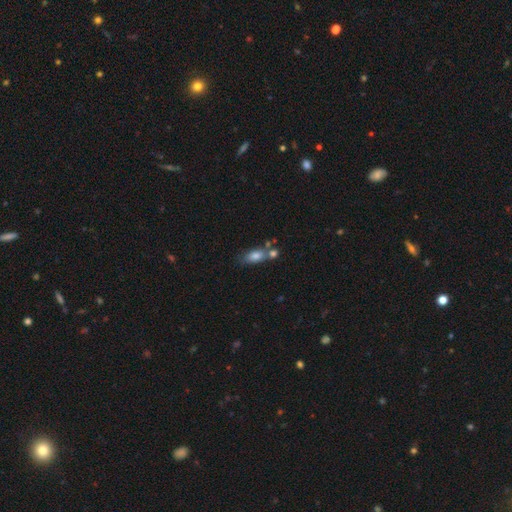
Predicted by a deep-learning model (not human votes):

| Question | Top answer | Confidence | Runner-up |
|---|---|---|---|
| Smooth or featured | smooth | 79% | featured or disk (13%) |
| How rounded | in between | 83% | cigar-shaped (10%) |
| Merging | none | 46% | merger (35%) |